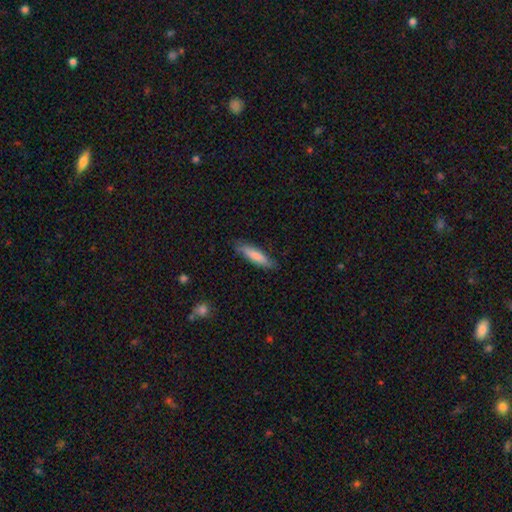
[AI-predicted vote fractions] Smooth or featured?
  - smooth: 76% *
  - featured or disk: 18%
  - star or artifact: 5%
How rounded?
  - cigar-shaped: 74% *
  - in between: 25%
  - round: 1%
Merging?
  - none: 79% *
  - minor disturbance: 16%
  - major disturbance: 3%
  - merger: 1%